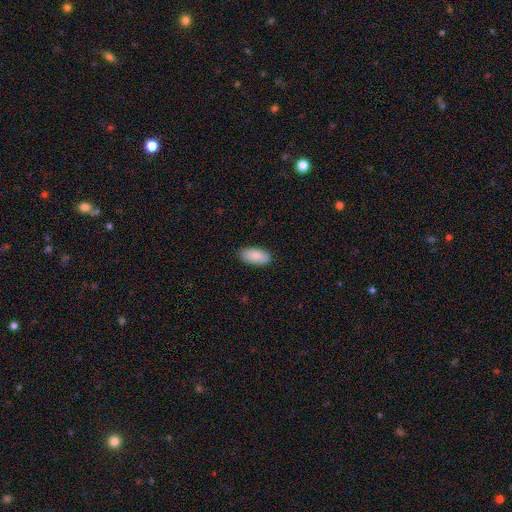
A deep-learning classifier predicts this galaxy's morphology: This appears to be a smooth galaxy with no disk features (87%) that is in between round and cigar-shaped (94%). Merging: none (85%).